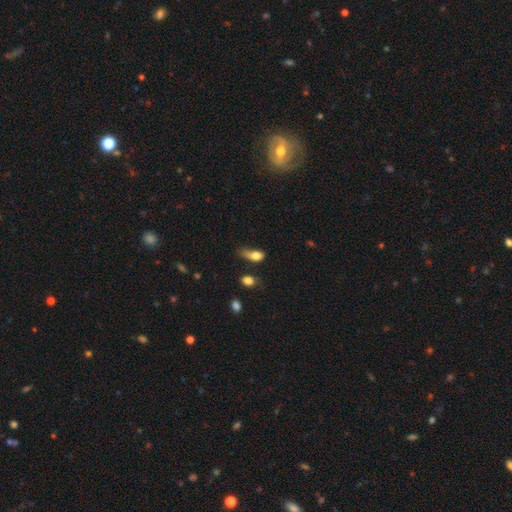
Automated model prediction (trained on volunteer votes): The model was most divided on "merging": minor disturbance: 37%, major disturbance: 35%, none: 22%, merger: 6%. More confident: smooth or featured — smooth (77%); how rounded — in between (76%).